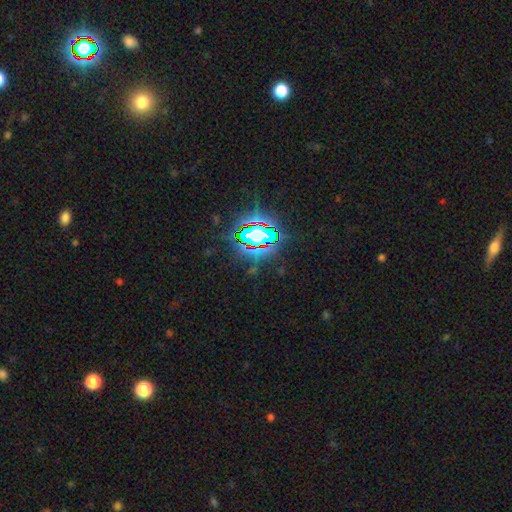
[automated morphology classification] type=star or artifact (81%).